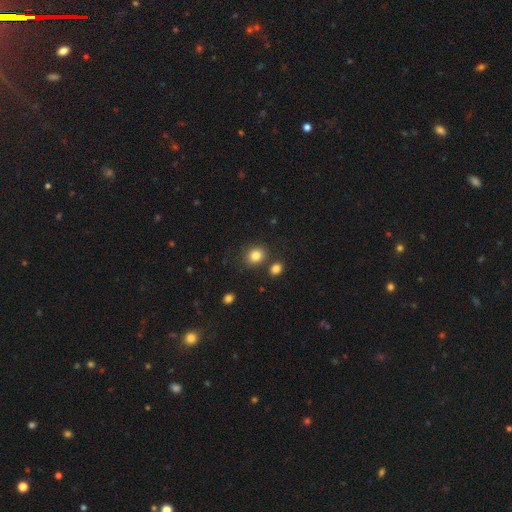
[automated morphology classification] The model was most divided on "how rounded": round: 70%, in between: 29%, cigar-shaped: 1%. More confident: smooth or featured — smooth (83%); merging — none (80%).